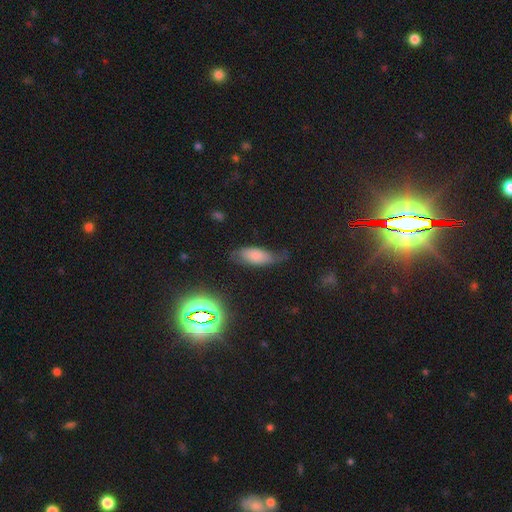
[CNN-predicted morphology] This appears to be a smooth galaxy with no disk features (64%) that is in between round and cigar-shaped (81%). Merging: none (51%).